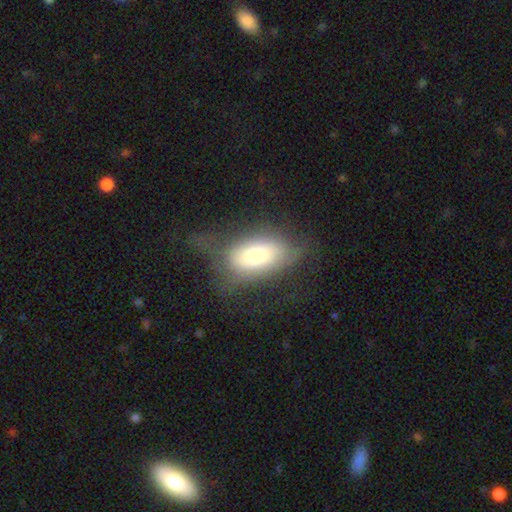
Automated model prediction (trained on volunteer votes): Overall: smooth (67%). How rounded: in between (89%). Merging: none (40%; minor disturbance 29%).